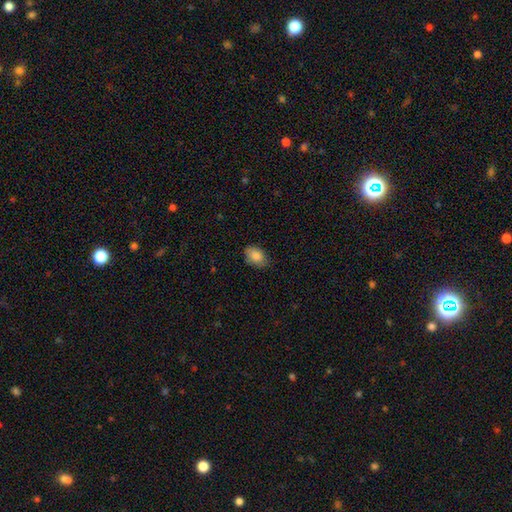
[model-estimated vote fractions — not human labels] Smooth or featured?
  - smooth: 85% *
  - featured or disk: 8%
  - star or artifact: 7%
How rounded?
  - in between: 84% *
  - round: 14%
  - cigar-shaped: 1%
Merging?
  - none: 79% *
  - minor disturbance: 17%
  - major disturbance: 3%
  - merger: 1%